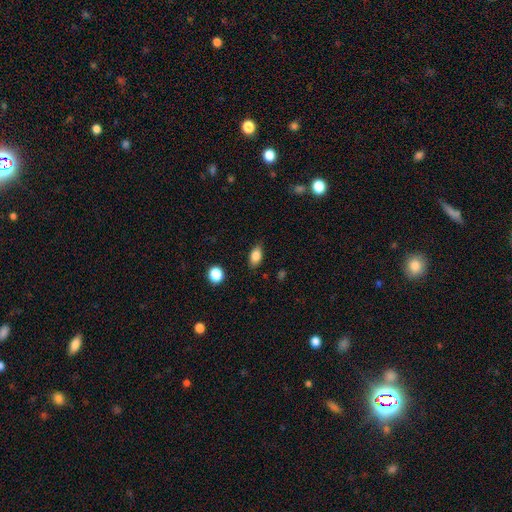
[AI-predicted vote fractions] Smooth or featured? smooth (84%)
How rounded? in between (88%)
Merging? none (84%)